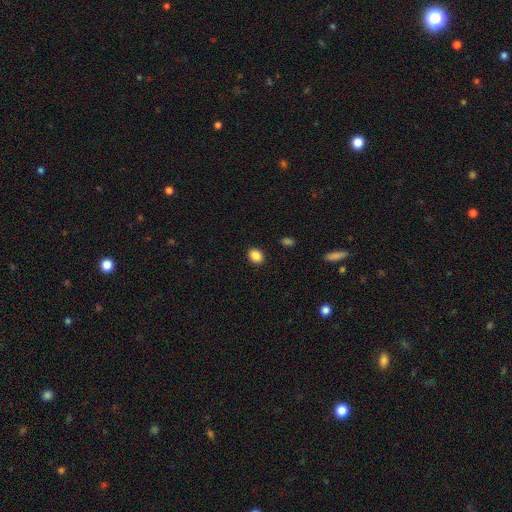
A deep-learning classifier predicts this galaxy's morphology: Smooth or featured: smooth — 88% (star or artifact — 9%)
How rounded: in between — 51% (round — 48%)
Merging: none — 90% (minor disturbance — 7%)